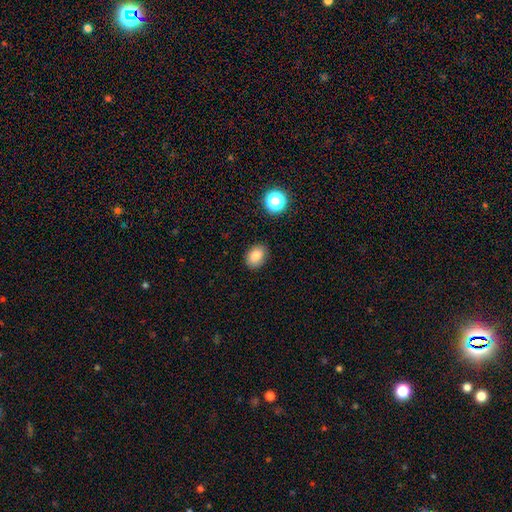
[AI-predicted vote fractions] Morphology: type=smooth (84%); roundness=in between (68%); merging=none (84%).